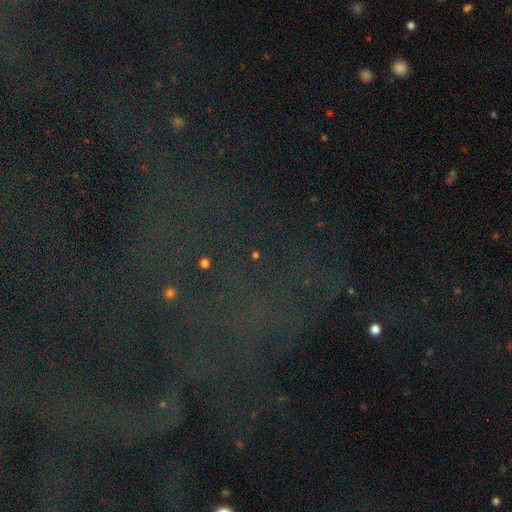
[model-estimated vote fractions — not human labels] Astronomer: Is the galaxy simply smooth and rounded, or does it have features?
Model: star or artifact — 72%.